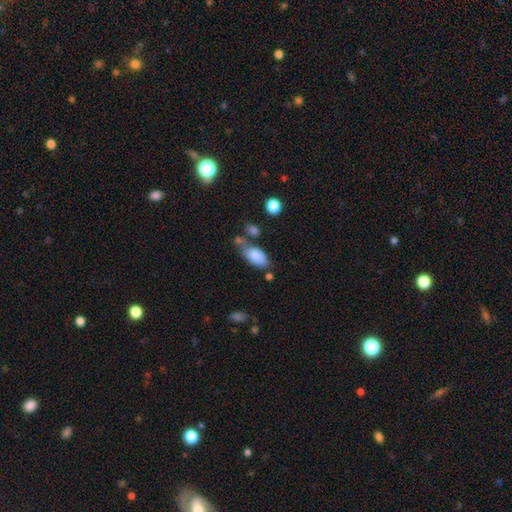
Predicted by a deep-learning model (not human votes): Q: Smooth or featured?
A: smooth (82%); runner-up: featured or disk (10%)
Q: How rounded?
A: in between (91%); runner-up: cigar-shaped (6%)
Q: Merging?
A: none (49%); runner-up: minor disturbance (22%)